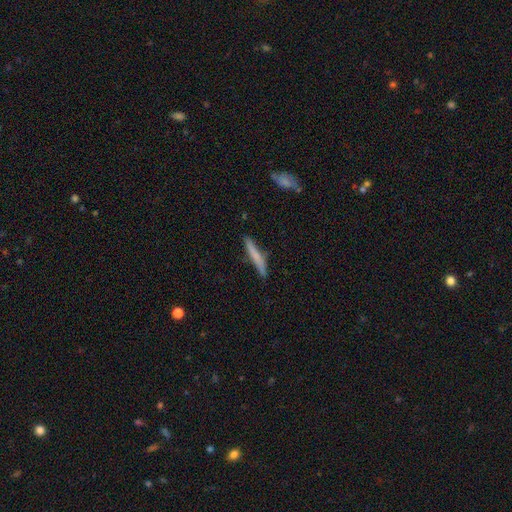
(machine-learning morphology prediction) The model was most divided on "smooth or featured": smooth: 67%, featured or disk: 27%, star or artifact: 6%. More confident: how rounded — cigar-shaped (95%); merging — none (85%).